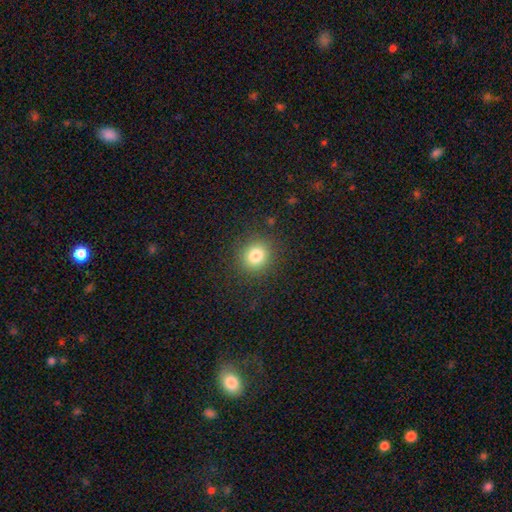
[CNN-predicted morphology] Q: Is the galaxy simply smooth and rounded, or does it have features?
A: smooth — 81%.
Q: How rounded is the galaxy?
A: round — 84%.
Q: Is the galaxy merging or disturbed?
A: none — 89%.